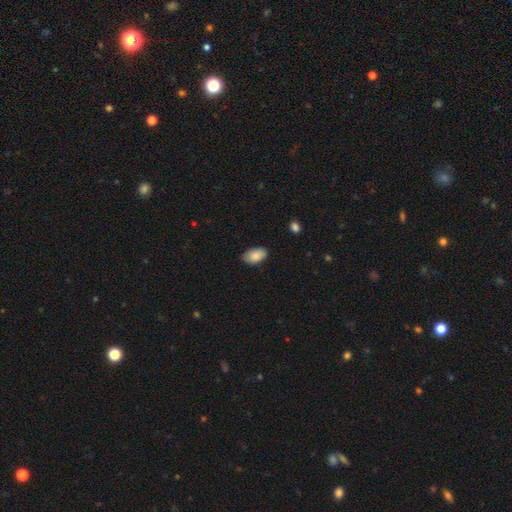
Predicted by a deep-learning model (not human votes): smooth-or-featured: smooth: 85% | featured or disk: 9% | star or artifact: 7%
  how-rounded: in between: 94% | round: 5% | cigar-shaped: 1%
  merging: none: 79% | minor disturbance: 17% | major disturbance: 2% | merger: 1%